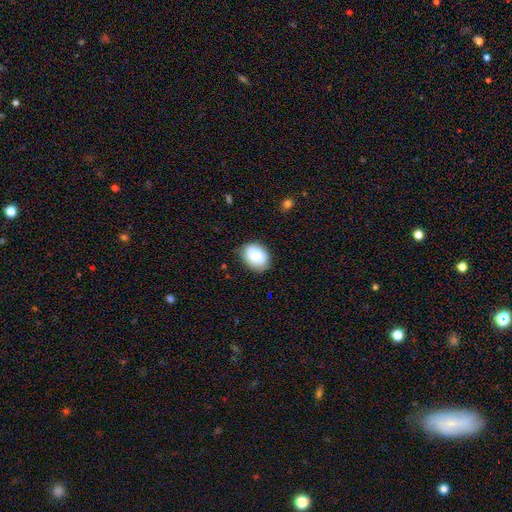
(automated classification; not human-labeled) Smooth or featured?
  - smooth: 68% *
  - featured or disk: 23%
  - star or artifact: 8%
How rounded?
  - in between: 66% *
  - round: 33%
  - cigar-shaped: 1%
Merging?
  - none: 75% *
  - minor disturbance: 19%
  - major disturbance: 5%
  - merger: 1%